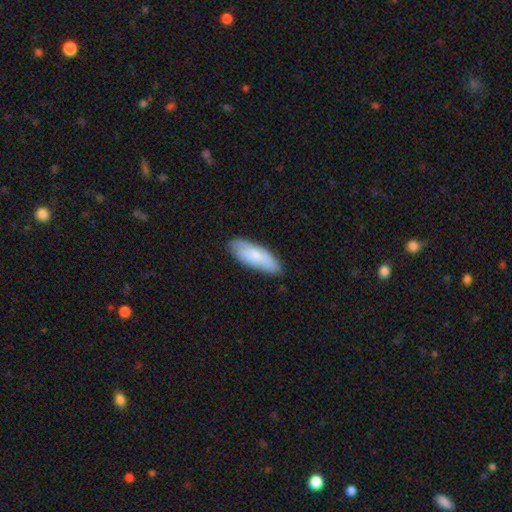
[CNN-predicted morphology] Smooth or featured?
  - smooth: 77% *
  - featured or disk: 18%
  - star or artifact: 6%
How rounded?
  - in between: 64% *
  - cigar-shaped: 34%
  - round: 2%
Merging?
  - none: 81% *
  - minor disturbance: 15%
  - major disturbance: 3%
  - merger: 1%